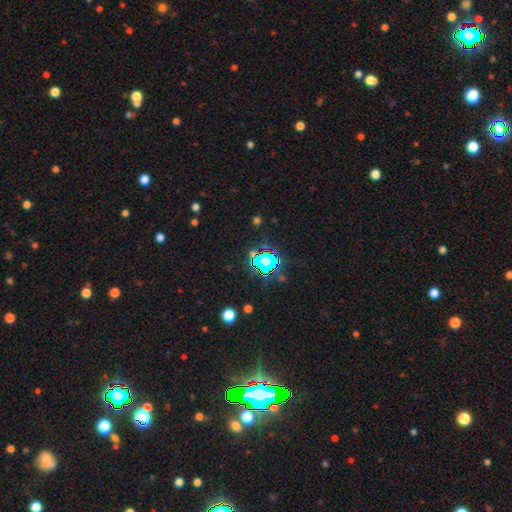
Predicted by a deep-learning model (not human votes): This appears to be a star or artifact, not a galaxy (76%).